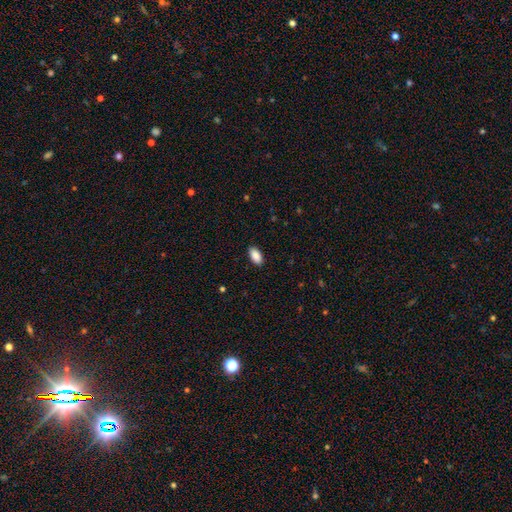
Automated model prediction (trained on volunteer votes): Smooth or featured?
  - smooth: 90% *
  - star or artifact: 7%
  - featured or disk: 4%
How rounded?
  - in between: 94% *
  - cigar-shaped: 4%
  - round: 2%
Merging?
  - none: 89% *
  - minor disturbance: 8%
  - major disturbance: 2%
  - merger: 1%